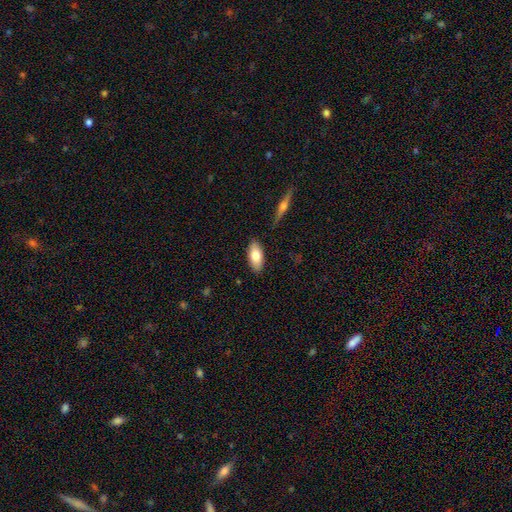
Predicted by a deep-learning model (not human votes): This is likely a smooth galaxy (76%). How rounded: clearly in between (88%). Merging: clearly none (86%).